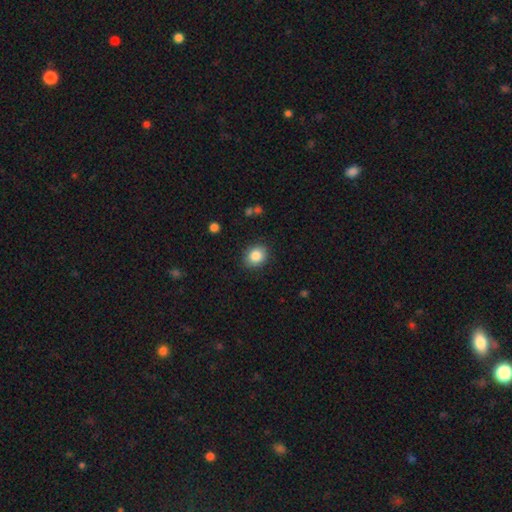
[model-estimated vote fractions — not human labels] Morphology: type=smooth (85%); roundness=round (63%); merging=none (88%).